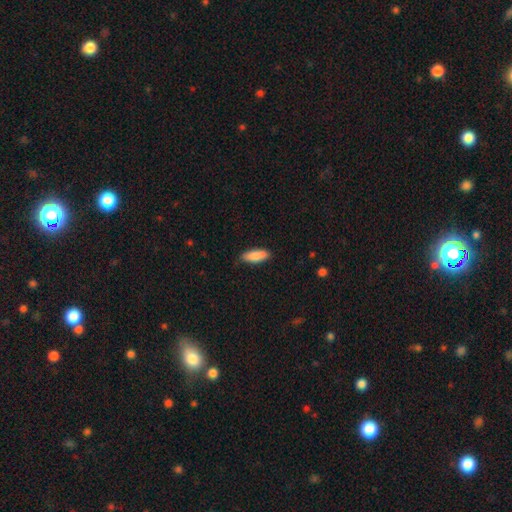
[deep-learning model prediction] smooth-or-featured: smooth: 88% | featured or disk: 6% | star or artifact: 6%
  how-rounded: in between: 64% | cigar-shaped: 34% | round: 2%
  merging: none: 84% | minor disturbance: 12% | major disturbance: 2% | merger: 1%